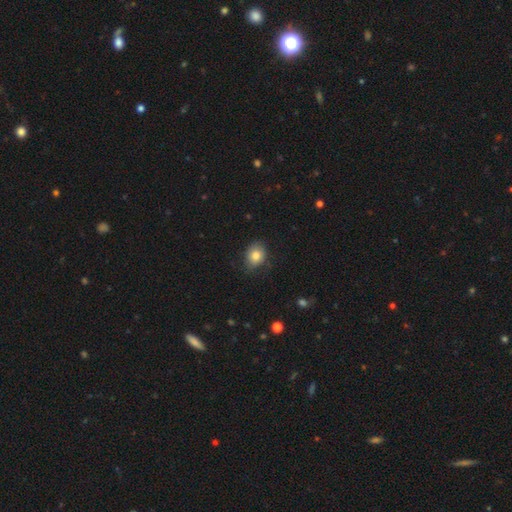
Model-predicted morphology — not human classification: smooth_or_featured: smooth (p=0.82) [alt: featured or disk p=0.09]
how_rounded: in between (p=0.51) [alt: round p=0.48]
merging: none (p=0.73) [alt: minor disturbance p=0.21]